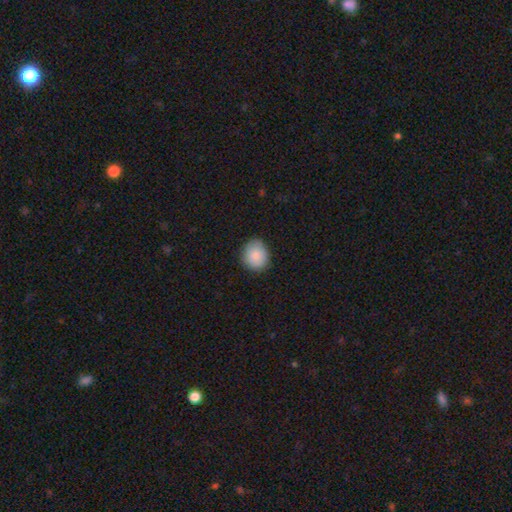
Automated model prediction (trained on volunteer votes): smooth 87%, star or artifact 7%, featured or disk 6%. Down the decision tree: how rounded — round (74%); merging — none (85%).